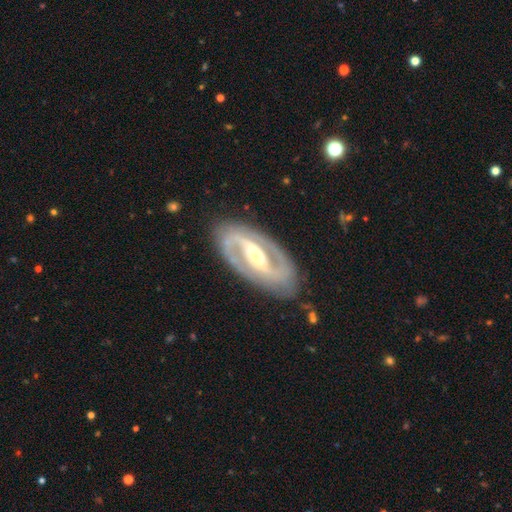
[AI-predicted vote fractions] This appears to be a featured or disk galaxy (89%) with a strong bar (60%), 2 (92%) medium (54%) spiral arms (93%) and a moderate central bulge (61%). Merging: none (84%).